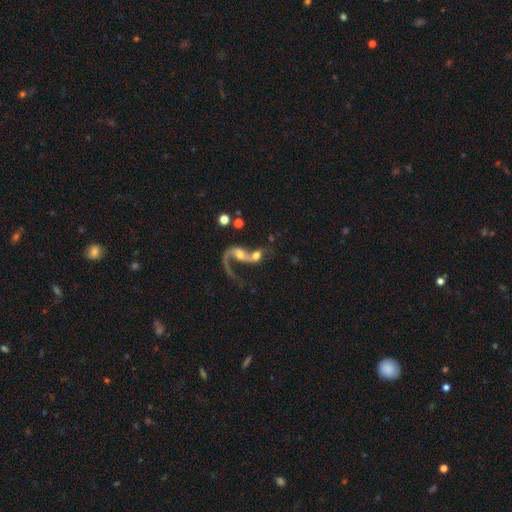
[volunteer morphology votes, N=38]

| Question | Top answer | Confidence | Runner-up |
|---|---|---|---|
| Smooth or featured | featured or disk | 58% | smooth (37%) |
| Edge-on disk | no | 100% | — |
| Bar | no | 64% | weak (23%) |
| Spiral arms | yes | 59% | no (41%) |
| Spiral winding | loose | 85% | tight (8%) |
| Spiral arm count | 1 | 69% | 2 (31%) |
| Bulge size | moderate | 41% | large (27%) |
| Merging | merger | 83% | major disturbance (14%) |